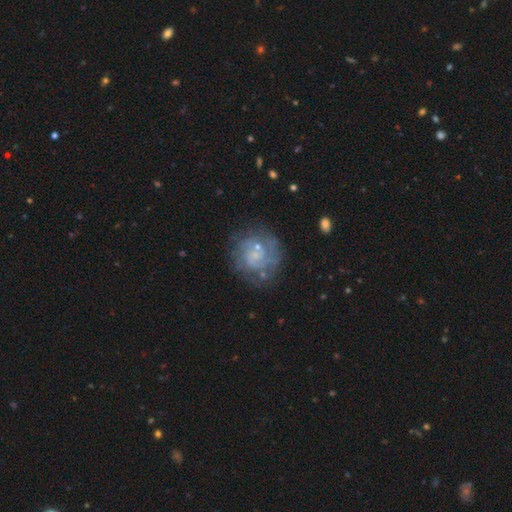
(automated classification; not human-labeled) Smooth or featured? featured or disk (72%)
Edge-on disk? no (98%)
Bar? no (67%)
Spiral arms? yes (81%)
Spiral winding? tight (58%)
Spiral arm count? can't tell (40%)
Bulge size? small (59%)
Merging? none (68%)